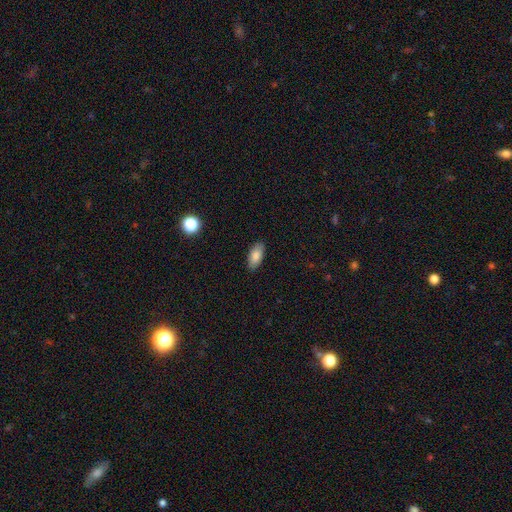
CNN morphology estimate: Smooth or featured: smooth — 84% (featured or disk — 9%)
How rounded: in between — 91% (cigar-shaped — 6%)
Merging: none — 87% (minor disturbance — 10%)